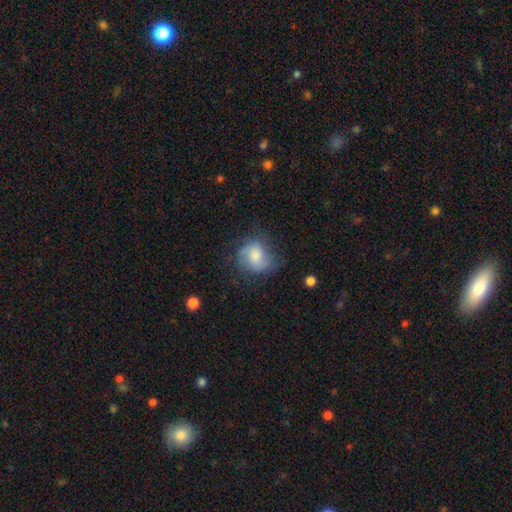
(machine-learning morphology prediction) Q: Smooth or featured?
A: smooth (59%); runner-up: featured or disk (32%)
Q: How rounded?
A: round (66%); runner-up: in between (33%)
Q: Merging?
A: none (57%); runner-up: minor disturbance (27%)